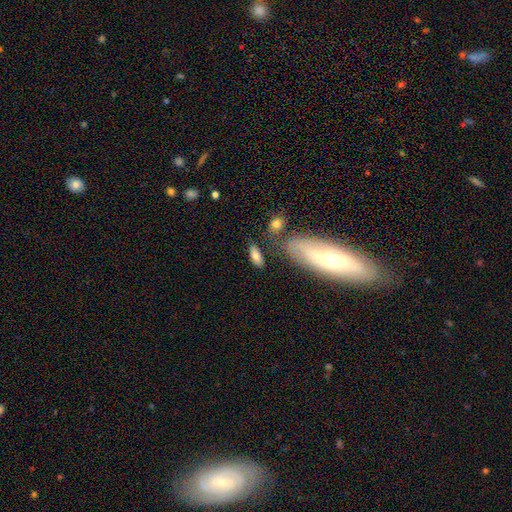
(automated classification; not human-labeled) smooth 82%, featured or disk 11%, star or artifact 8%. Down the decision tree: how rounded — in between (76%); merging — none (72%).